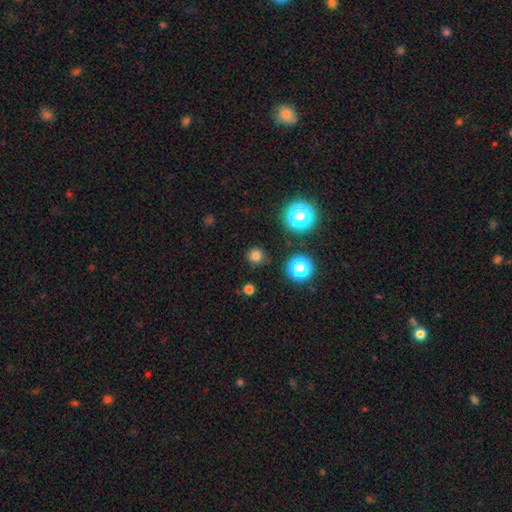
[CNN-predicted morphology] type=smooth (75%); roundness=round (93%); merging=none (89%).